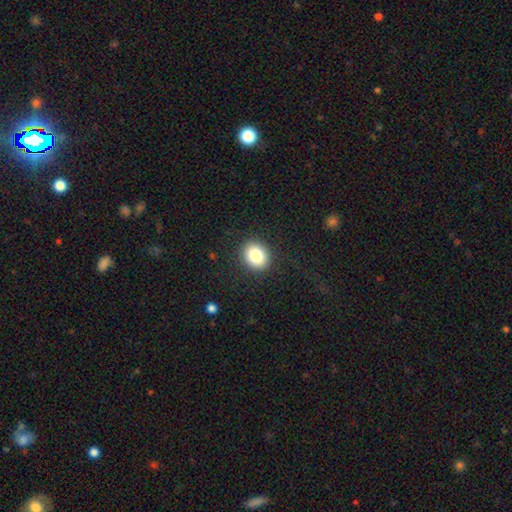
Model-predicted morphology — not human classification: This is clearly a smooth galaxy (83%). How rounded: likely round (61%). Merging: clearly none (90%).